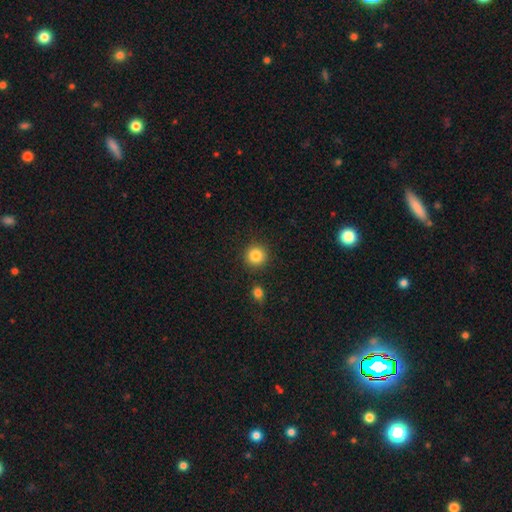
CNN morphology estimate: Q: Smooth or featured?
A: smooth (85%); runner-up: star or artifact (10%)
Q: How rounded?
A: round (93%); runner-up: in between (6%)
Q: Merging?
A: none (88%); runner-up: minor disturbance (6%)